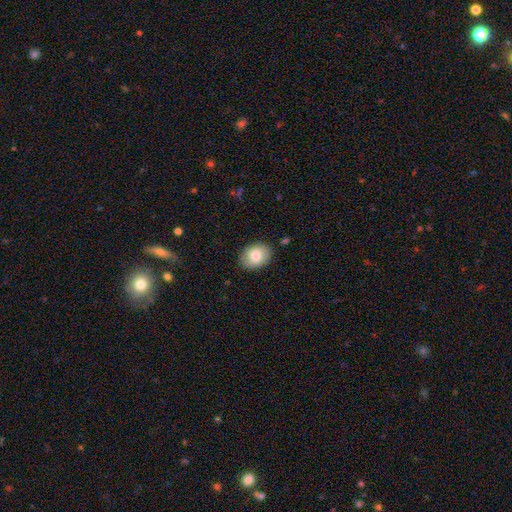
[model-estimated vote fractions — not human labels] Morphology: type=smooth (80%); roundness=in between (70%); merging=none (84%).